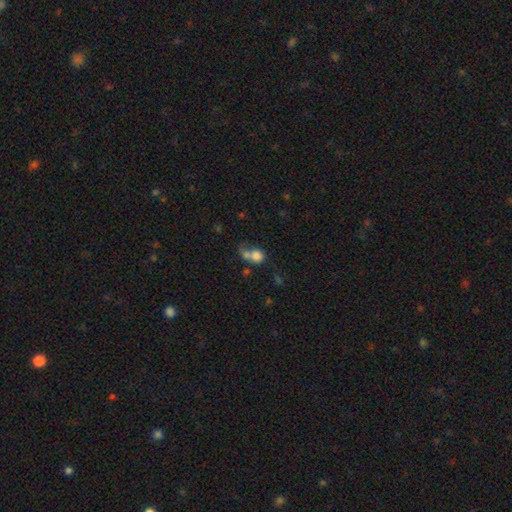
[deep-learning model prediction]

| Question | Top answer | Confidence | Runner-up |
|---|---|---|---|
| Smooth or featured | smooth | 76% | featured or disk (13%) |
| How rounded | round | 70% | in between (29%) |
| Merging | merger | 56% | none (25%) |